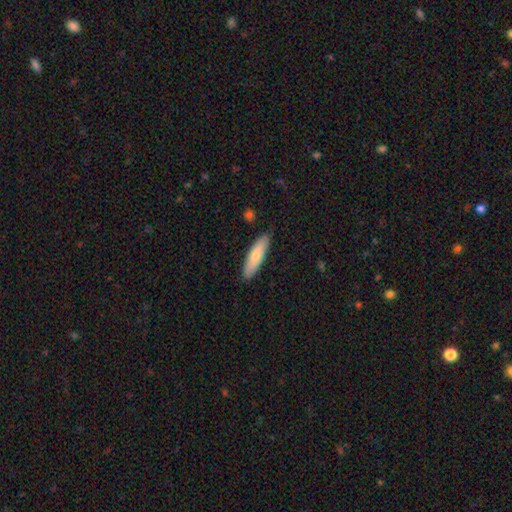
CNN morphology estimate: smooth_or_featured: smooth (p=0.75) [alt: featured or disk p=0.20]
how_rounded: cigar-shaped (p=0.66) [alt: in between p=0.32]
merging: none (p=0.87) [alt: minor disturbance p=0.10]